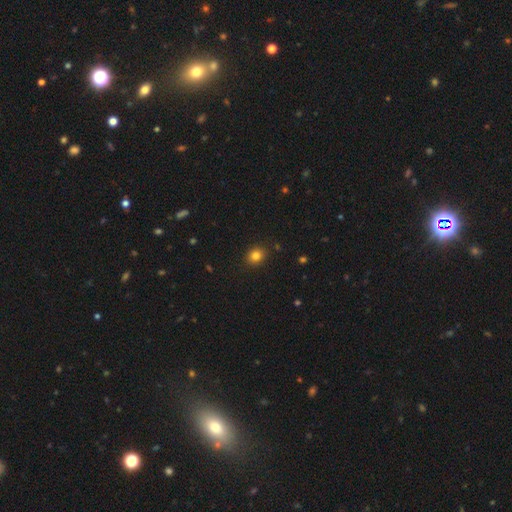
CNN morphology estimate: The model was most divided on "how rounded": round: 67%, in between: 33%, cigar-shaped: 1%. More confident: merging — none (89%); smooth or featured — smooth (82%).